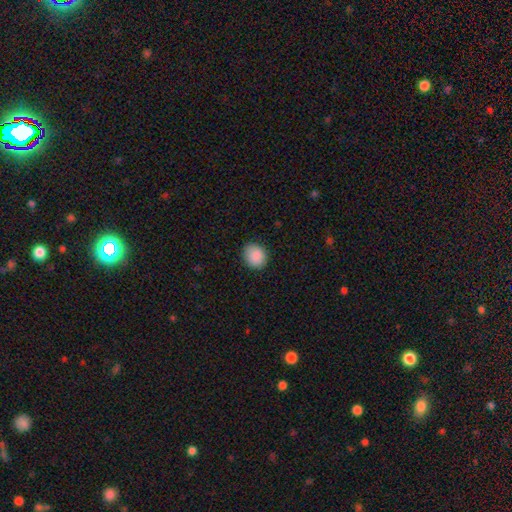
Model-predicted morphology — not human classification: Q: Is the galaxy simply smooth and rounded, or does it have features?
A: smooth — 89%.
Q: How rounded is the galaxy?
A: round — 63%.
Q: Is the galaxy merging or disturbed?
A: none — 86%.